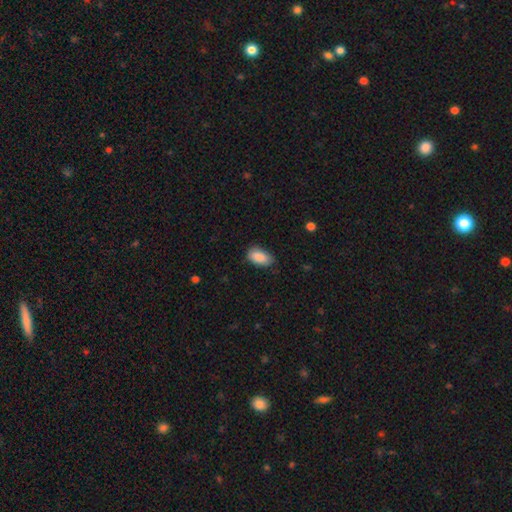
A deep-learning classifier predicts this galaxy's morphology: Smooth or featured?
  - smooth: 89% *
  - star or artifact: 7%
  - featured or disk: 5%
How rounded?
  - in between: 93% *
  - round: 5%
  - cigar-shaped: 2%
Merging?
  - none: 76% *
  - minor disturbance: 20%
  - major disturbance: 3%
  - merger: 1%